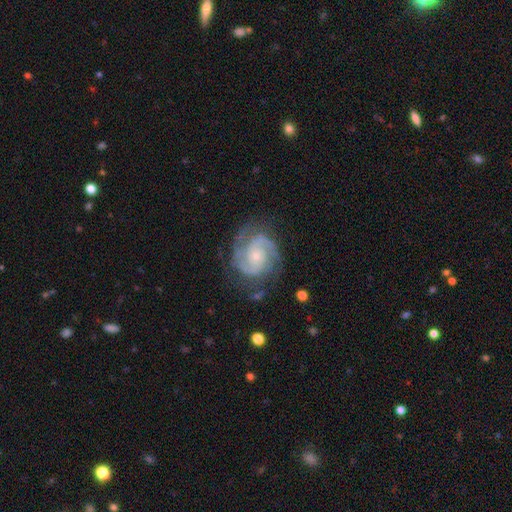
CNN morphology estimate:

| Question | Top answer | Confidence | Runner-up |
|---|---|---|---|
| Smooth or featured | featured or disk | 90% | smooth (5%) |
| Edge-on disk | no | 98% | yes (2%) |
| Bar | no | 67% | weak (27%) |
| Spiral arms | yes | 98% | no (2%) |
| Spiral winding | tight | 52% | medium (41%) |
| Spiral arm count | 2 | 75% | 3 (12%) |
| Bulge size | small | 71% | moderate (23%) |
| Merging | none | 74% | minor disturbance (17%) |